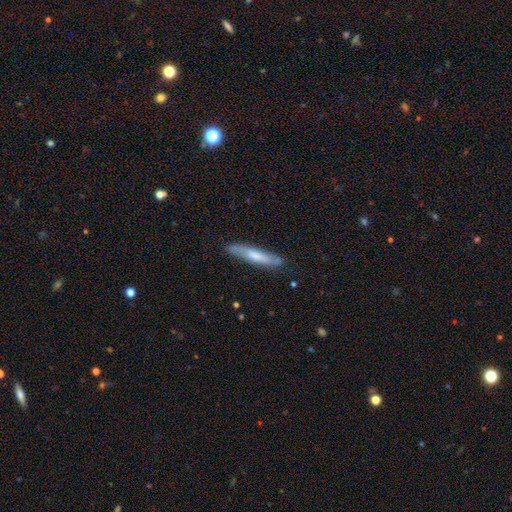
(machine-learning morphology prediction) This is possibly a smooth galaxy (59%). How rounded: clearly cigar-shaped (90%). Merging: clearly none (81%).